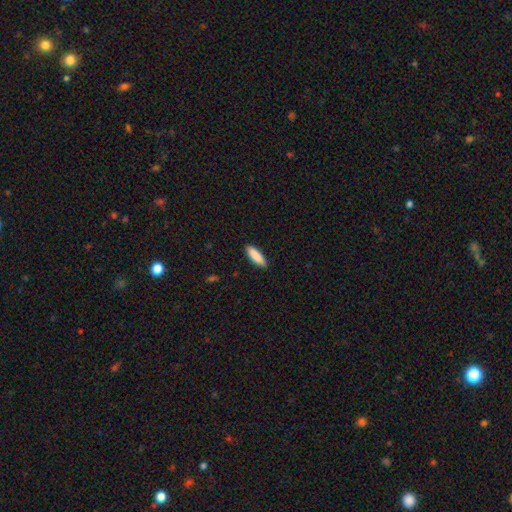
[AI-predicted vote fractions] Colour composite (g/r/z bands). It shows a smooth galaxy with no disk features (89%) that is cigar-shaped (57%). Merging: none (90%).